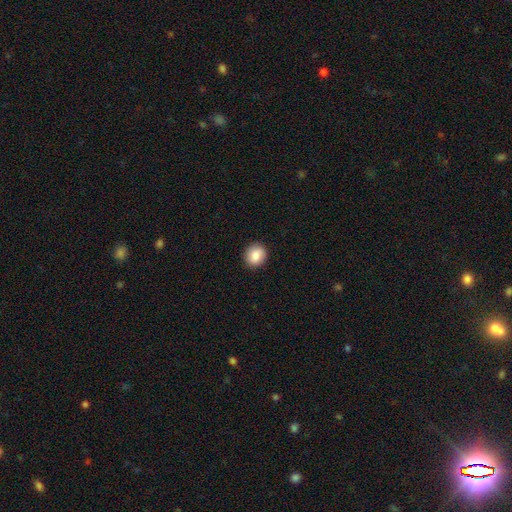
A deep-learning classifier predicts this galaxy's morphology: Smooth or featured? smooth (86%)
How rounded? round (75%)
Merging? none (90%)